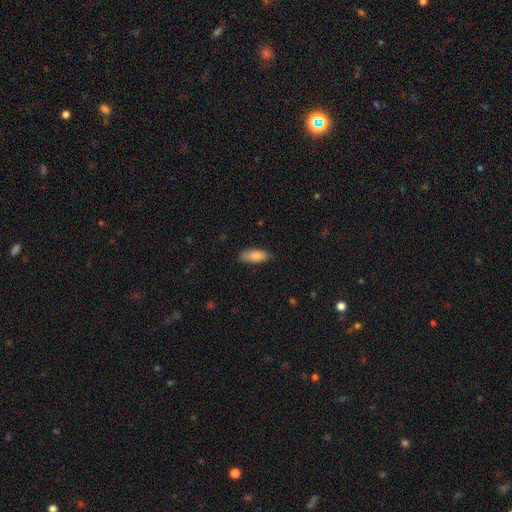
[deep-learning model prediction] This appears to be a smooth galaxy with no disk features (84%) that is in between round and cigar-shaped (79%). Merging: none (80%).